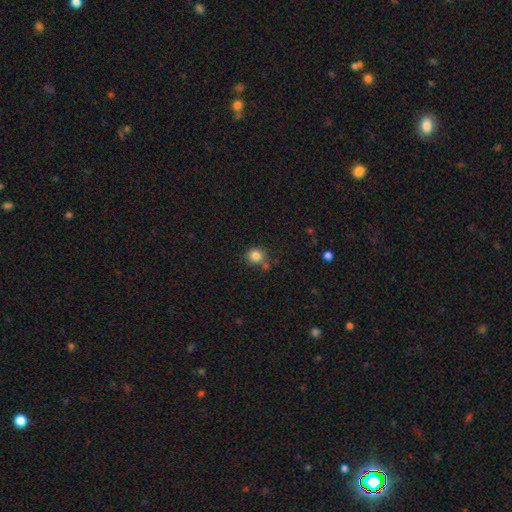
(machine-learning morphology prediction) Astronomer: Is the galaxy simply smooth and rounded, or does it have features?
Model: smooth — 84%.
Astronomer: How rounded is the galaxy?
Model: round — 87%.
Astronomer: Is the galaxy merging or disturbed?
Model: none — 68%.